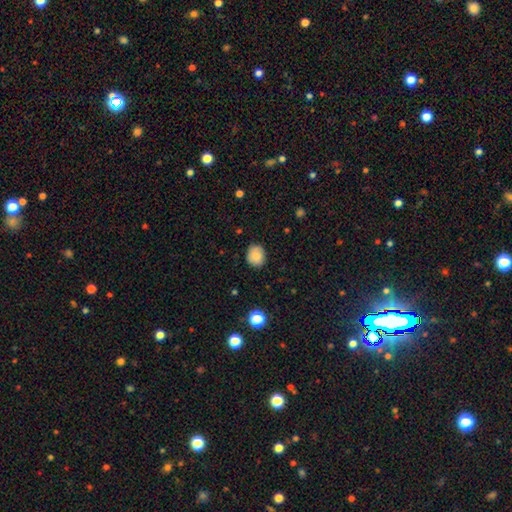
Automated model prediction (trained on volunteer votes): This appears to be a smooth galaxy with no disk features (84%) that is round (70%). Merging: none (84%).